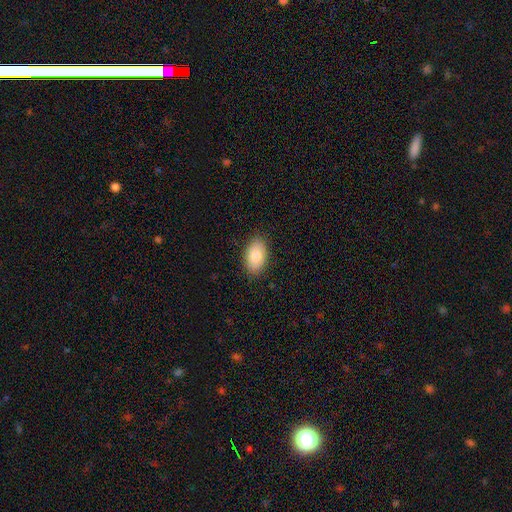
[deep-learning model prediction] smooth 82%, featured or disk 11%, star or artifact 7%. Down the decision tree: how rounded — in between (93%); merging — none (86%).